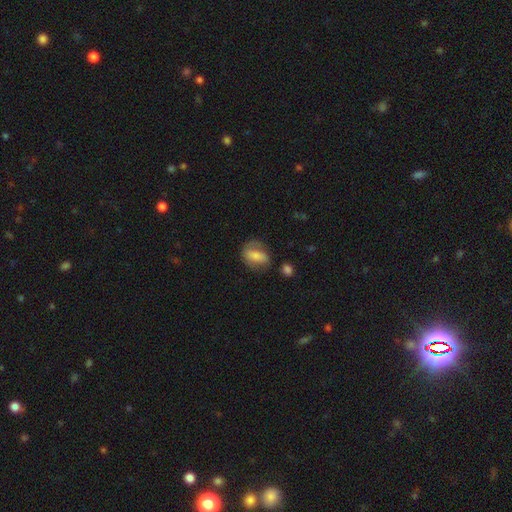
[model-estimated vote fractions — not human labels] Q: Smooth or featured?
A: smooth (59%); runner-up: featured or disk (33%)
Q: How rounded?
A: in between (75%); runner-up: round (21%)
Q: Merging?
A: none (56%); runner-up: minor disturbance (25%)